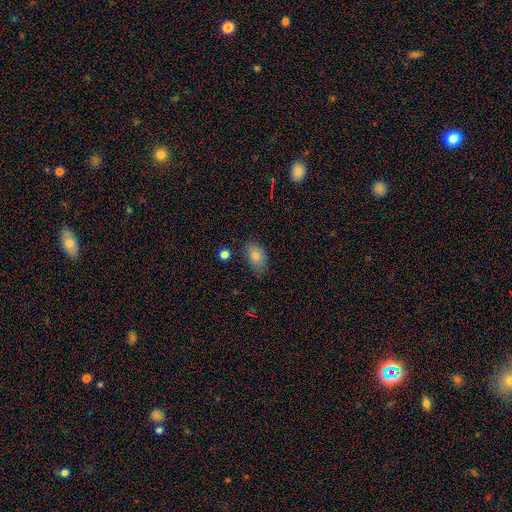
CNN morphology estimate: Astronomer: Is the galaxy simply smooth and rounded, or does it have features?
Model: smooth — 77%.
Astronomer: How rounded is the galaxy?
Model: in between — 90%.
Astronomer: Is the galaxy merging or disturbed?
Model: none — 74%.